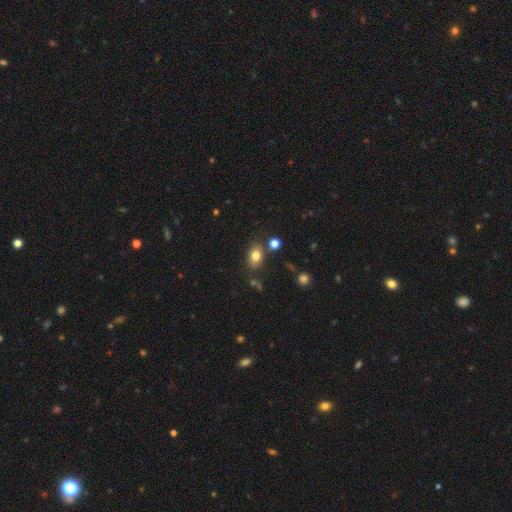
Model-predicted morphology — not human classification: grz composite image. It shows a smooth galaxy with no disk features (80%) that is in between round and cigar-shaped (81%). Merging: none (77%).